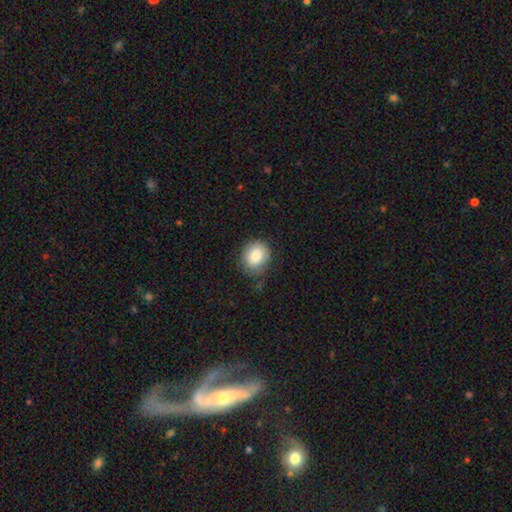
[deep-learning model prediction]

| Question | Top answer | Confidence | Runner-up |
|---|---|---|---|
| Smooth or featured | smooth | 86% | star or artifact (7%) |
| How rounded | round | 65% | in between (35%) |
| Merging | none | 70% | minor disturbance (22%) |